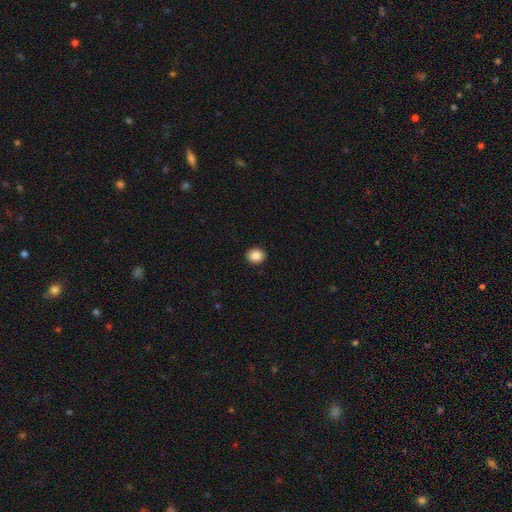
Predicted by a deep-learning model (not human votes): Smooth or featured?
  - smooth: 87% *
  - star or artifact: 9%
  - featured or disk: 4%
How rounded?
  - round: 64% *
  - in between: 35%
  - cigar-shaped: 1%
Merging?
  - none: 92% *
  - minor disturbance: 6%
  - major disturbance: 2%
  - merger: 1%